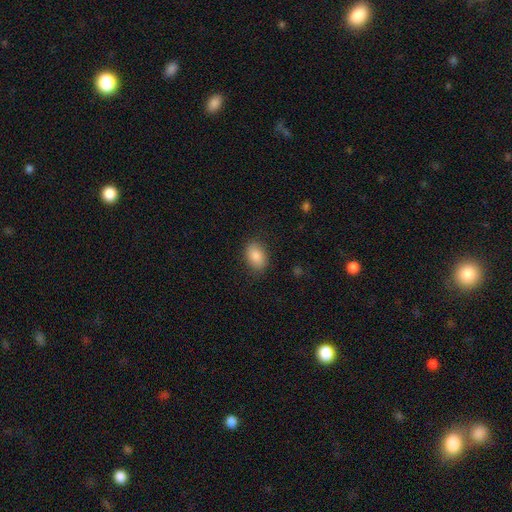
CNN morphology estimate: Overall: smooth (87%). How rounded: in between (83%). Merging: none (84%).